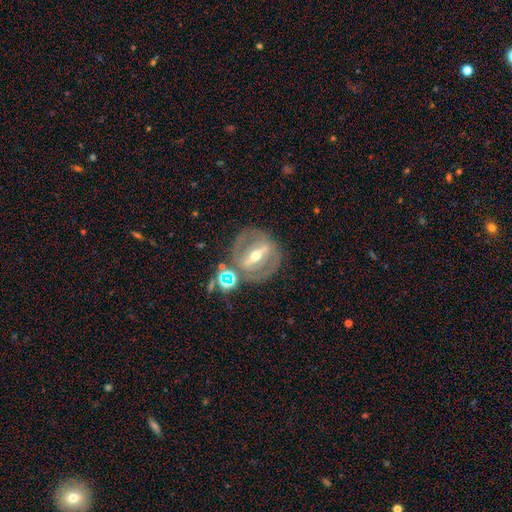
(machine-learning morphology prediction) Smooth or featured? Predicted: featured or disk (p=0.77). Edge-on disk? Predicted: no (p=0.82). Bar? Predicted: strong (p=0.74). Spiral arms? Predicted: no (p=0.55). Bulge size? Predicted: moderate (p=0.63). Merging? Predicted: none (p=0.72).